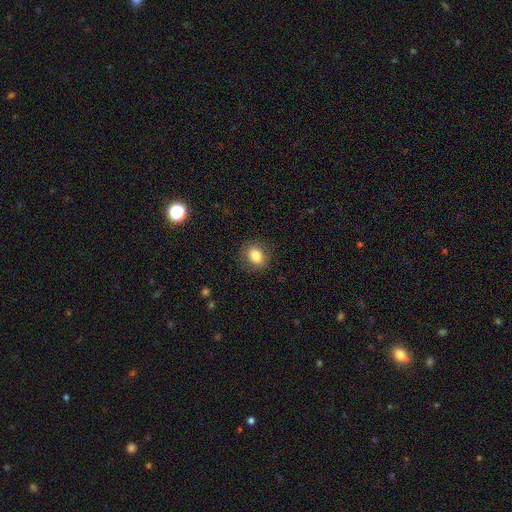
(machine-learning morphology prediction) The model was most divided on "how rounded": round: 66%, in between: 33%, cigar-shaped: 1%. More confident: merging — none (86%); smooth or featured — smooth (82%).